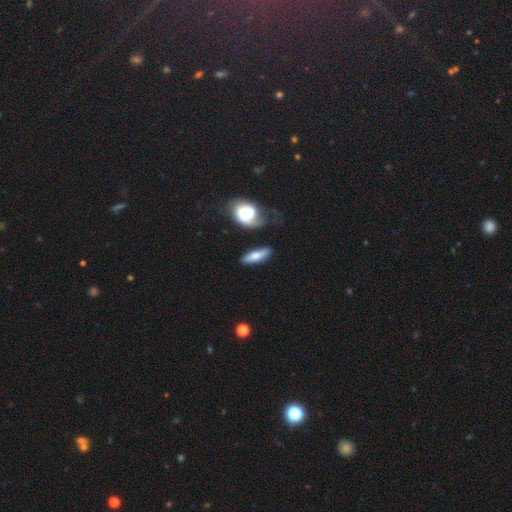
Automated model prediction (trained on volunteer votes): smooth_or_featured: smooth (p=0.63) [alt: featured or disk p=0.30]
how_rounded: cigar-shaped (p=0.58) [alt: in between p=0.38]
merging: none (p=0.72) [alt: minor disturbance p=0.16]